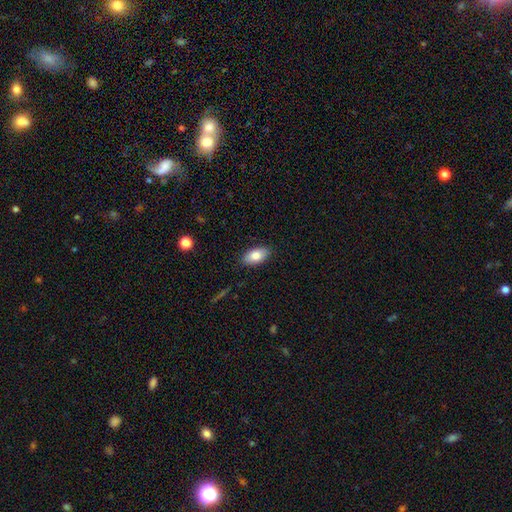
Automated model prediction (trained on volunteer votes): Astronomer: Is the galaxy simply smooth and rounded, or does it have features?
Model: smooth — 81%.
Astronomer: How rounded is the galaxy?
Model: in between — 93%.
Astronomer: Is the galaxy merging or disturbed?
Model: none — 88%.